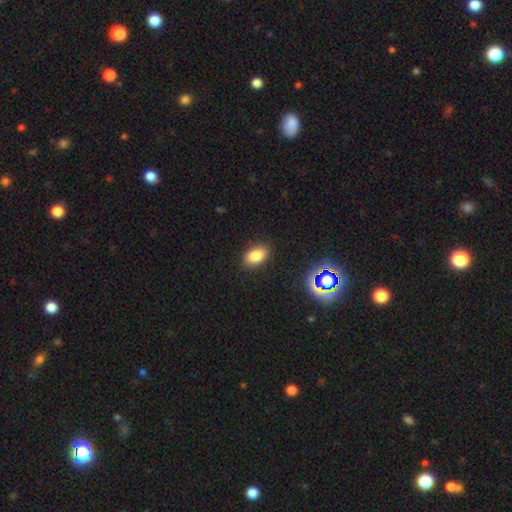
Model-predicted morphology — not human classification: Smooth or featured: smooth — 82% (star or artifact — 11%)
How rounded: in between — 88% (round — 10%)
Merging: none — 87% (minor disturbance — 9%)